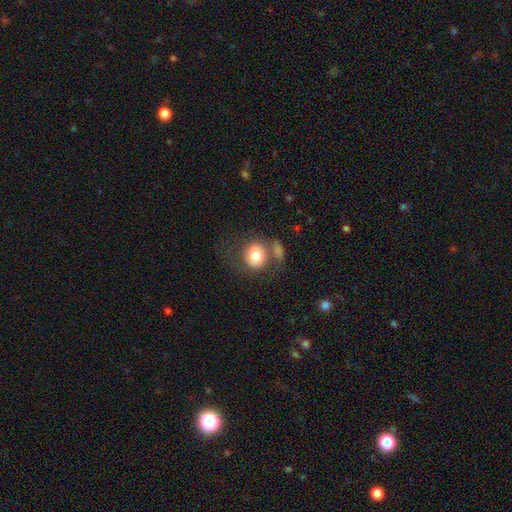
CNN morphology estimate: smooth-or-featured: smooth: 74% | featured or disk: 18% | star or artifact: 8%
  how-rounded: round: 73% | in between: 26% | cigar-shaped: 1%
  merging: none: 49% | merger: 21% | minor disturbance: 17% | major disturbance: 13%